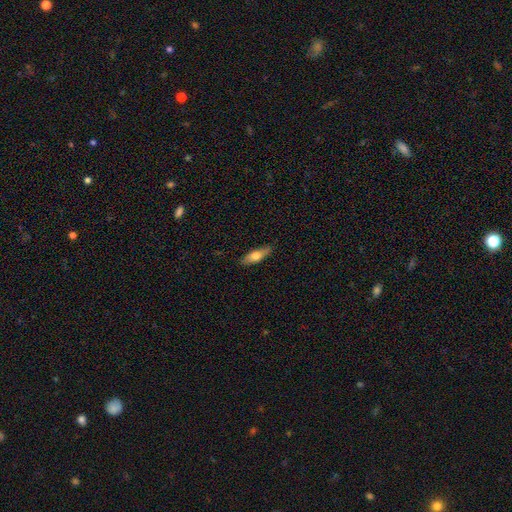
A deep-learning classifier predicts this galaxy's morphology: type=smooth (63%); roundness=cigar-shaped (50%); merging=none (87%).